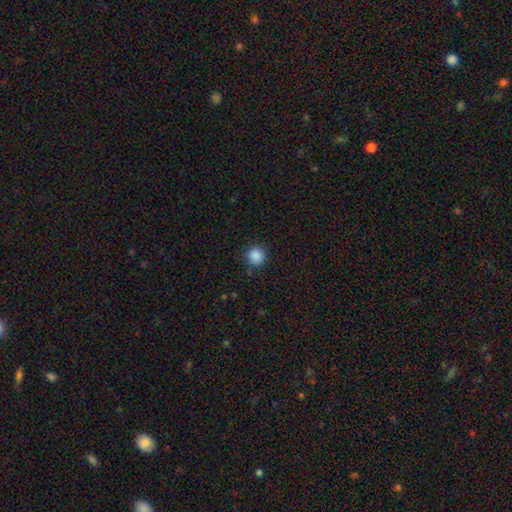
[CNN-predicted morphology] The model was most divided on "merging": none: 86%, minor disturbance: 10%, major disturbance: 3%, merger: 1%. More confident: how rounded — round (94%); smooth or featured — smooth (87%).